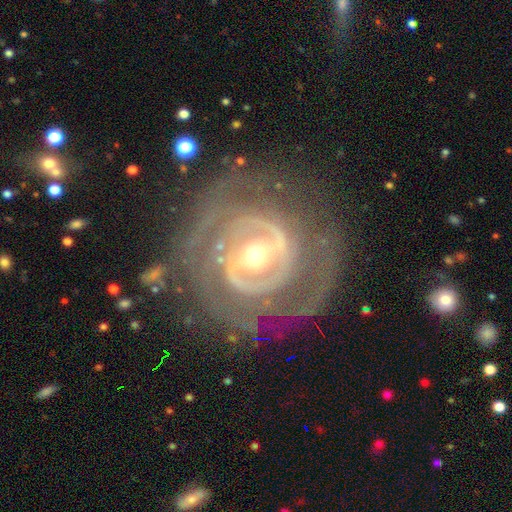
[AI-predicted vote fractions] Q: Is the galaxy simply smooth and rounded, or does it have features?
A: featured or disk — 87%.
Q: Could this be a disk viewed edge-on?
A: no — 96%.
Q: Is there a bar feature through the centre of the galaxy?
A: weak — 37%.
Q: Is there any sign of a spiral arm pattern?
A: yes — 85%.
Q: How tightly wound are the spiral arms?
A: tight — 67%.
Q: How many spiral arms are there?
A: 2 — 37%.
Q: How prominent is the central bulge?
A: moderate — 51%.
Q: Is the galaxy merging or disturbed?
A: none — 73%.